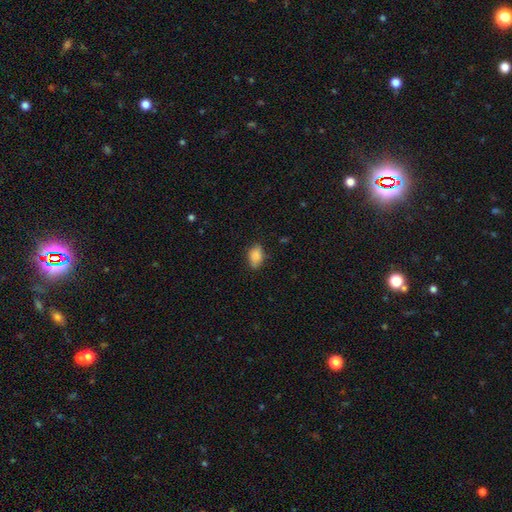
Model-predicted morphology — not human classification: This appears to be a smooth galaxy with no disk features (85%) that is in between round and cigar-shaped (86%). Merging: none (72%).